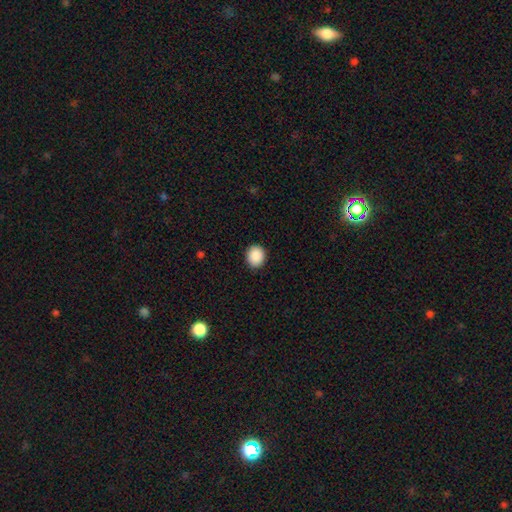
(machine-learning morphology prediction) smooth_or_featured: smooth (p=0.90) [alt: star or artifact p=0.08]
how_rounded: round (p=0.73) [alt: in between p=0.26]
merging: none (p=0.91) [alt: minor disturbance p=0.06]